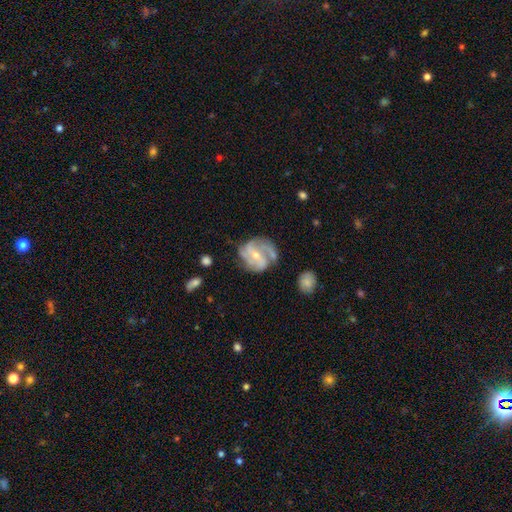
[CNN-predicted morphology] Q: Smooth or featured?
A: featured or disk (84%); runner-up: smooth (10%)
Q: Edge-on disk?
A: no (98%); runner-up: yes (2%)
Q: Bar?
A: no (41%); runner-up: weak (40%)
Q: Spiral arms?
A: yes (94%); runner-up: no (6%)
Q: Spiral winding?
A: medium (48%); runner-up: tight (31%)
Q: Spiral arm count?
A: 3 (42%); runner-up: 2 (22%)
Q: Bulge size?
A: small (60%); runner-up: moderate (37%)
Q: Merging?
A: none (59%); runner-up: minor disturbance (23%)